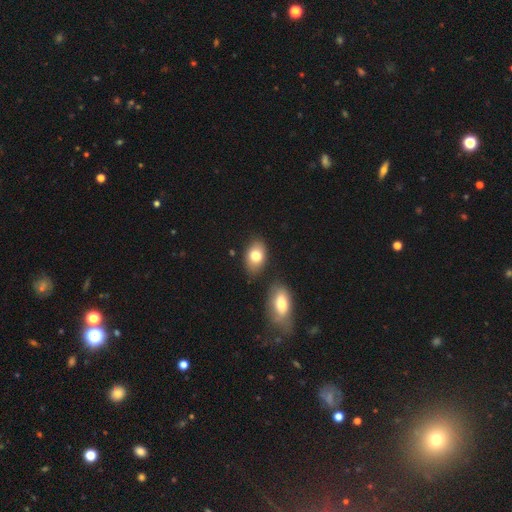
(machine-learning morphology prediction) Q: Smooth or featured?
A: smooth (79%); runner-up: featured or disk (13%)
Q: How rounded?
A: in between (85%); runner-up: round (13%)
Q: Merging?
A: none (77%); runner-up: minor disturbance (12%)